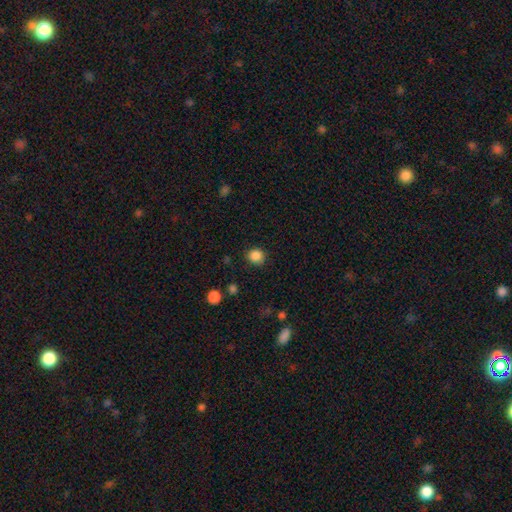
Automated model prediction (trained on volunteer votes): smooth-or-featured: smooth: 86% | star or artifact: 11% | featured or disk: 3%
  how-rounded: round: 87% | in between: 12% | cigar-shaped: 1%
  merging: none: 87% | minor disturbance: 9% | major disturbance: 3% | merger: 2%